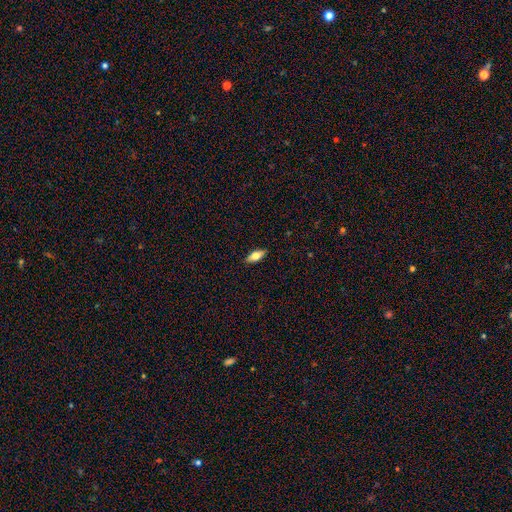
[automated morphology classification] type=smooth (66%); roundness=in between (78%); merging=none (89%).